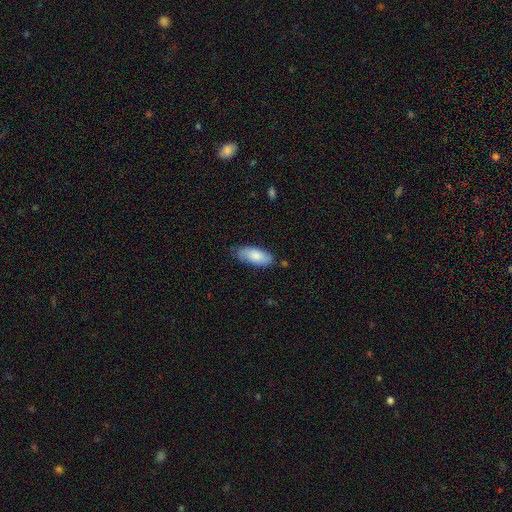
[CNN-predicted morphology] Smooth or featured? Predicted: smooth (p=0.81). How rounded? Predicted: in between (p=0.85). Merging? Predicted: none (p=0.74).